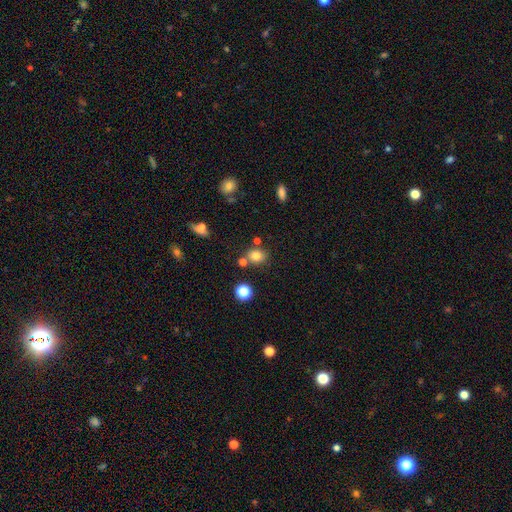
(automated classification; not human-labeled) Smooth or featured? smooth (79%)
How rounded? round (58%)
Merging? none (70%)